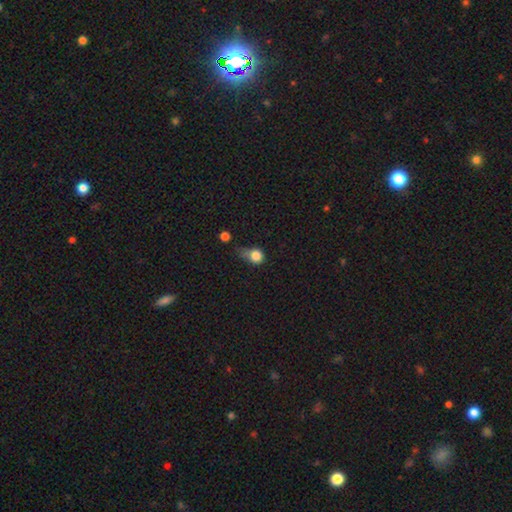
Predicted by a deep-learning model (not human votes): Morphology: type=smooth (80%); roundness=round (74%); merging=minor disturbance (35%).